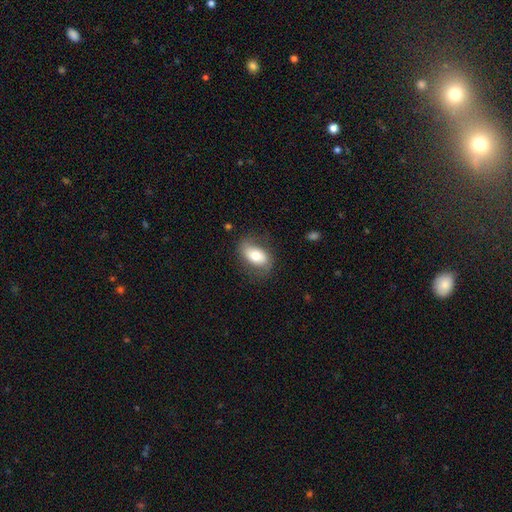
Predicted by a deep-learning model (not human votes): Smooth or featured: smooth — 60% (featured or disk — 34%)
How rounded: in between — 88% (round — 10%)
Merging: none — 71% (minor disturbance — 19%)